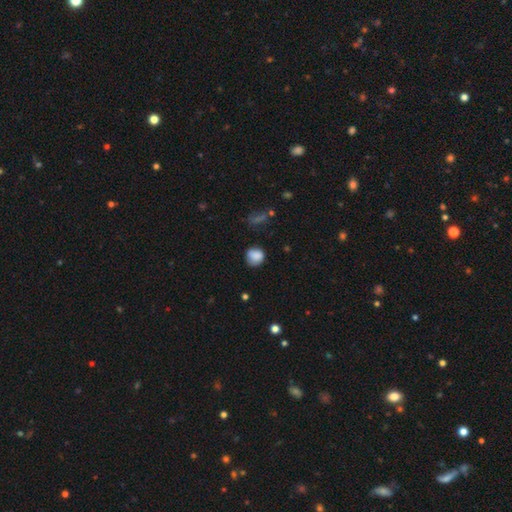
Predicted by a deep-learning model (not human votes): Smooth or featured? smooth (83%)
How rounded? round (78%)
Merging? none (63%)